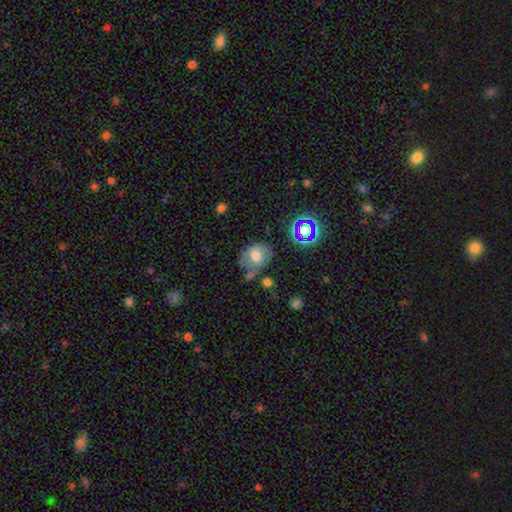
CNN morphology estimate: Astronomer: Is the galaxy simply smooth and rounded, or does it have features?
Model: smooth — 57%.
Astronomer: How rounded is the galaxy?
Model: in between — 54% (runner-up: round, 45%).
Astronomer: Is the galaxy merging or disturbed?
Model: none — 49% (runner-up: minor disturbance, 26%).